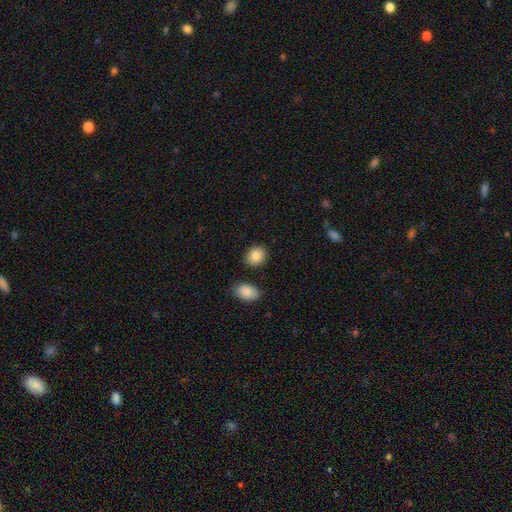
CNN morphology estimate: A smooth galaxy with no disk features (85%) that is round (60%). Merging: none (84%).